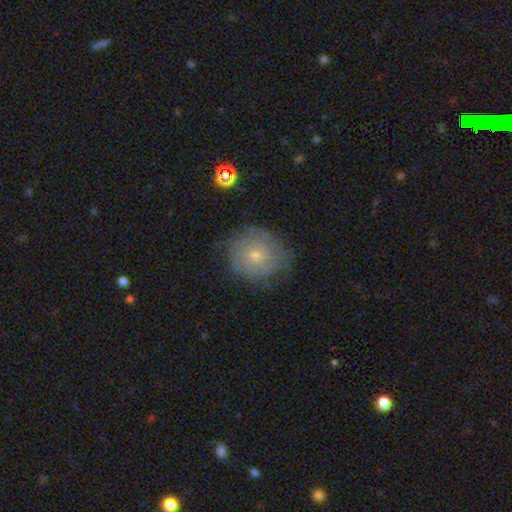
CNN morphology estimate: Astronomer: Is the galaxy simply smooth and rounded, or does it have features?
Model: featured or disk — 68%.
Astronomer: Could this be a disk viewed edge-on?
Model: no — 97%.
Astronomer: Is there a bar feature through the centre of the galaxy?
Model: no — 81%.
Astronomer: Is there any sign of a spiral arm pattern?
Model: yes — 86%.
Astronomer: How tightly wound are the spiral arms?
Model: tight — 75%.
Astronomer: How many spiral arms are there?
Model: can't tell — 53%.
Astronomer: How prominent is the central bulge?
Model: small — 64%.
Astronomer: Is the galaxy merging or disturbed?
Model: none — 75%.